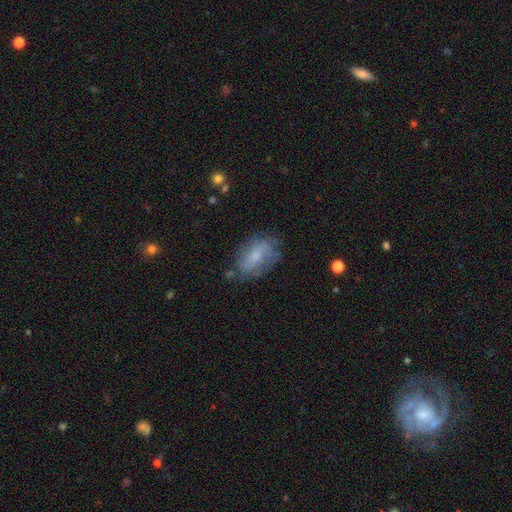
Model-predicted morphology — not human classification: Smooth or featured?
  - smooth: 55% *
  - featured or disk: 37%
  - star or artifact: 8%
How rounded?
  - in between: 89% *
  - round: 7%
  - cigar-shaped: 4%
Merging?
  - none: 62% *
  - minor disturbance: 25%
  - major disturbance: 10%
  - merger: 3%